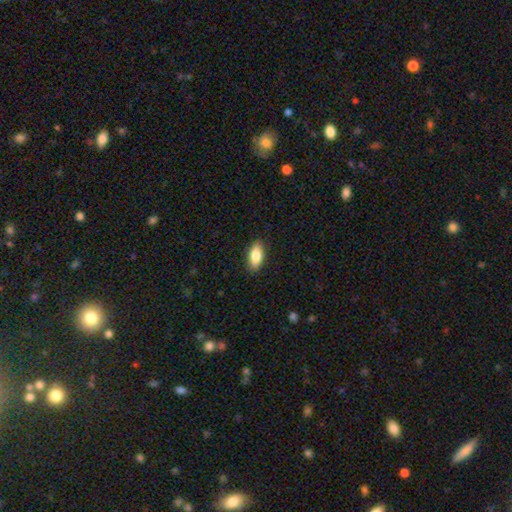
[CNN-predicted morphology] This is clearly a smooth galaxy (83%). How rounded: clearly in between (86%). Merging: clearly none (88%).